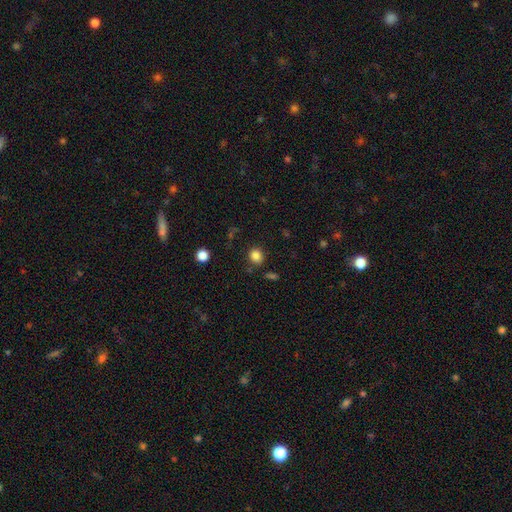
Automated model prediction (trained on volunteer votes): smooth 84%, star or artifact 12%, featured or disk 4%. Down the decision tree: how rounded — round (75%); merging — none (83%).